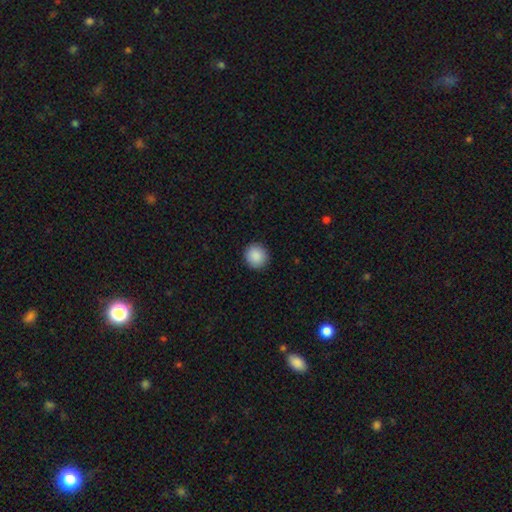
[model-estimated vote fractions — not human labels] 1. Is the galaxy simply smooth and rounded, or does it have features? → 90% smooth, 8% star or artifact, 3% featured or disk.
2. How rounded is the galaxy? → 91% round, 8% in between, 1% cigar-shaped.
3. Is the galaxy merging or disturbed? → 92% none, 5% minor disturbance, 2% major disturbance, 1% merger.